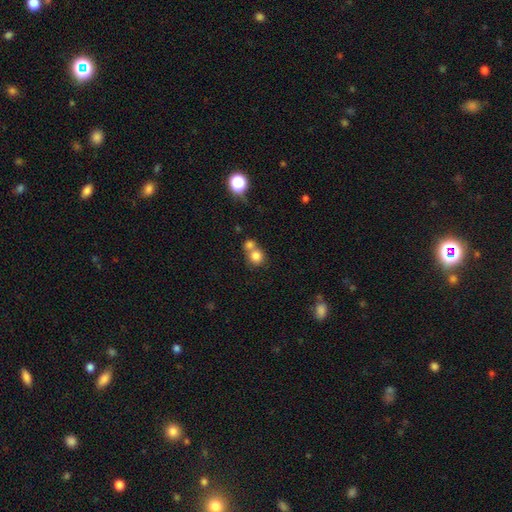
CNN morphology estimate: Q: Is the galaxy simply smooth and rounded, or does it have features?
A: smooth — 79%.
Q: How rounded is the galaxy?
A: round — 85%.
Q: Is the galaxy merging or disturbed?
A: merger — 50%.